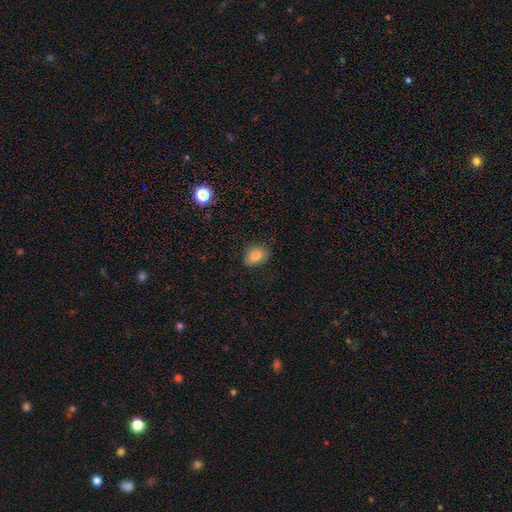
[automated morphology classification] Smooth or featured: smooth — 83% (star or artifact — 11%)
How rounded: in between — 70% (round — 29%)
Merging: none — 80% (minor disturbance — 16%)